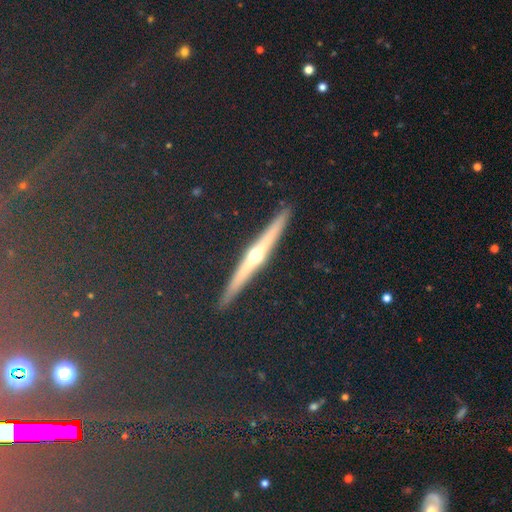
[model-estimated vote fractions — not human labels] Smooth or featured? featured or disk (63%)
Edge-on disk? yes (95%)
Edge-on bulge? rounded (90%)
Merging? none (92%)